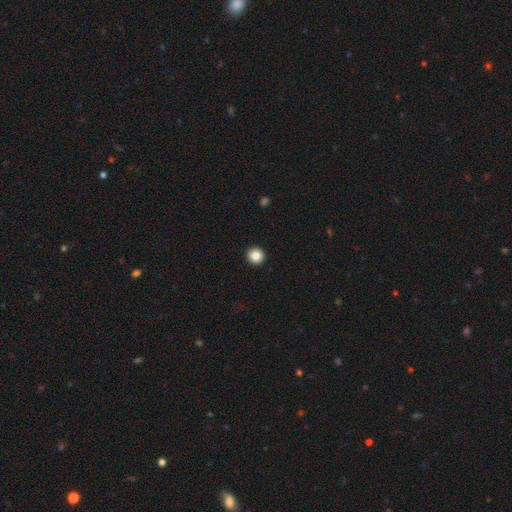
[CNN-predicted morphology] Overall: smooth (86%). How rounded: round (96%). Merging: none (94%).